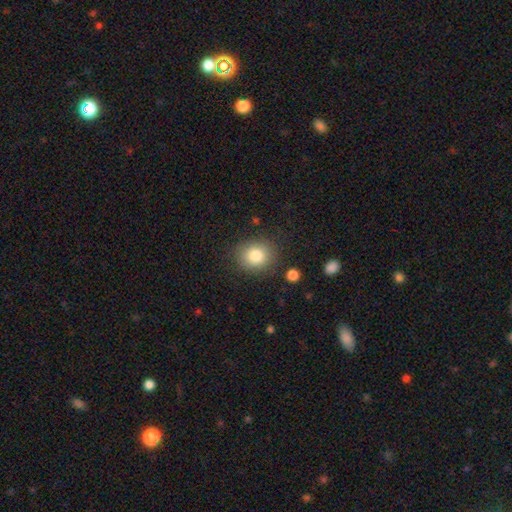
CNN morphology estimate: This appears to be a smooth galaxy with no disk features (83%) that is round (73%). Merging: none (83%).